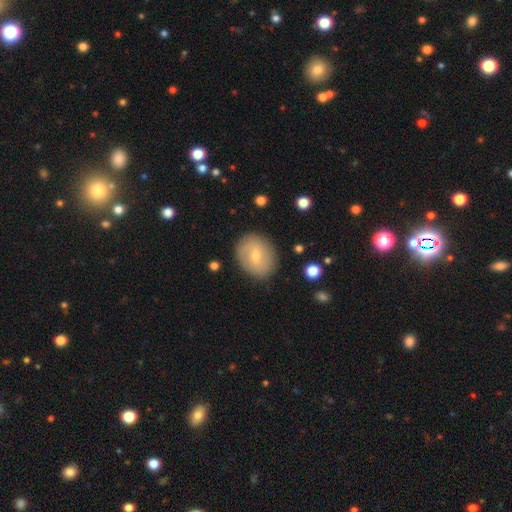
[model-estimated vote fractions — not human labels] smooth-or-featured: smooth: 55% | featured or disk: 38% | star or artifact: 7%
  how-rounded: round: 56% | in between: 43% | cigar-shaped: 1%
  merging: none: 84% | minor disturbance: 11% | major disturbance: 4% | merger: 1%